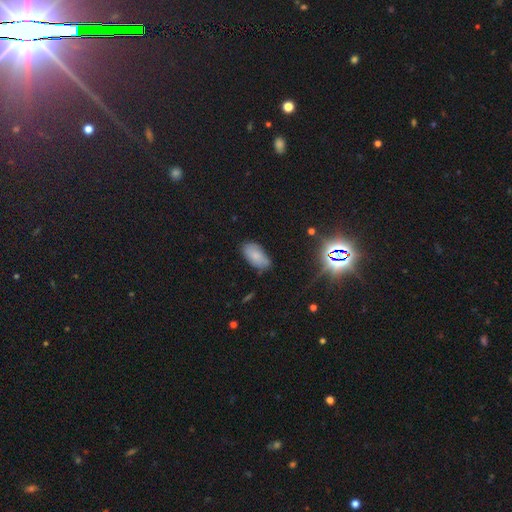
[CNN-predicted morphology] The model was most divided on "merging": none: 74%, minor disturbance: 20%, major disturbance: 4%, merger: 2%. More confident: how rounded — in between (94%); smooth or featured — smooth (78%).